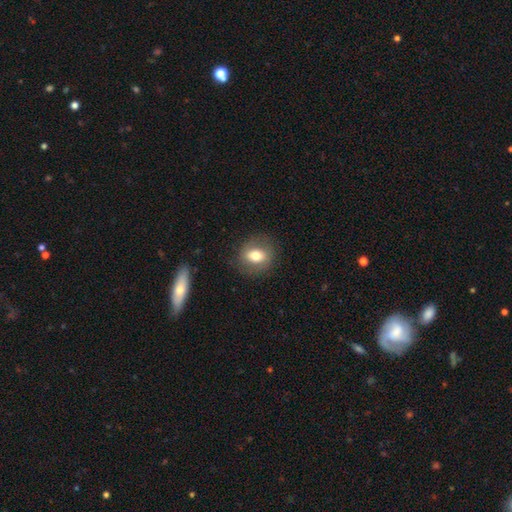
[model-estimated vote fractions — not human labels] Smooth or featured? Predicted: smooth (p=0.68). How rounded? Predicted: round (p=0.58). Merging? Predicted: none (p=0.83).